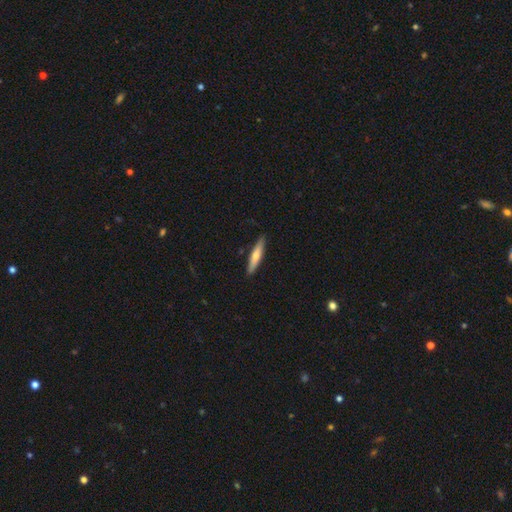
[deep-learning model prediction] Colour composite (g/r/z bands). It shows a smooth galaxy with no disk features (53%) that is cigar-shaped (86%). Merging: none (89%).